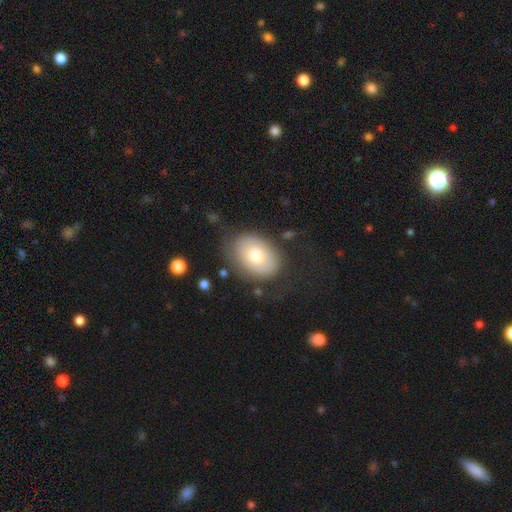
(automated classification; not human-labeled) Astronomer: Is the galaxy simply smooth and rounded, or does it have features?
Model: smooth — 66%.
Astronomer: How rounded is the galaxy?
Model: in between — 80%.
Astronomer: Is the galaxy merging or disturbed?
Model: none — 71%.